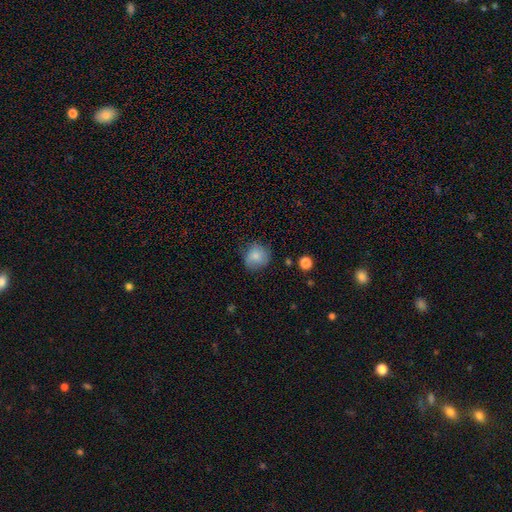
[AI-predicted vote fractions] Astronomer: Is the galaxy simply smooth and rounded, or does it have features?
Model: smooth — 78%.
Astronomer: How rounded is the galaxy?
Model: round — 82%.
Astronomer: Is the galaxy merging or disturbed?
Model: none — 67%.